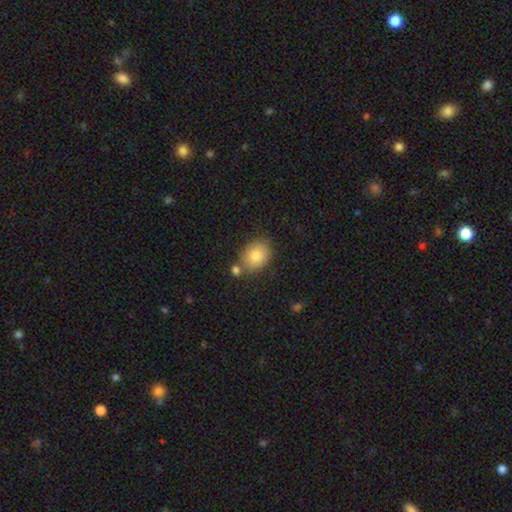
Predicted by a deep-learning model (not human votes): Morphology: type=smooth (82%); roundness=in between (59%); merging=none (68%).